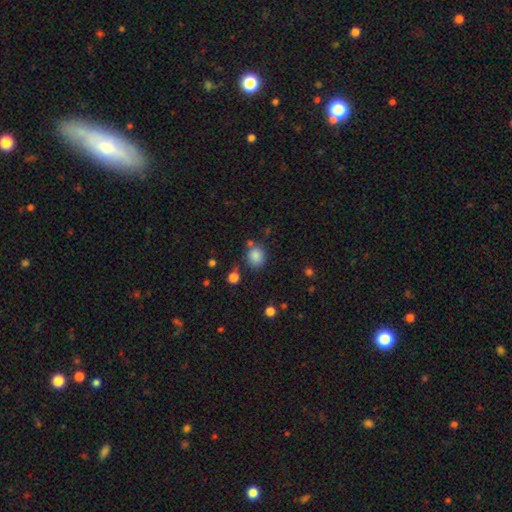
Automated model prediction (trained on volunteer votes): Morphology: type=smooth (85%); roundness=round (72%); merging=none (74%).